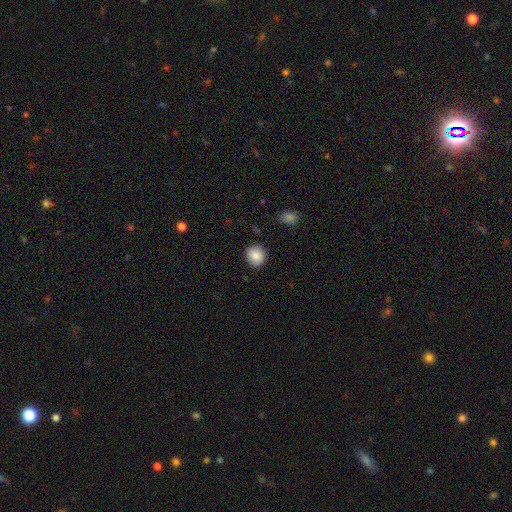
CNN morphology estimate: Smooth or featured? smooth (87%)
How rounded? round (88%)
Merging? none (89%)